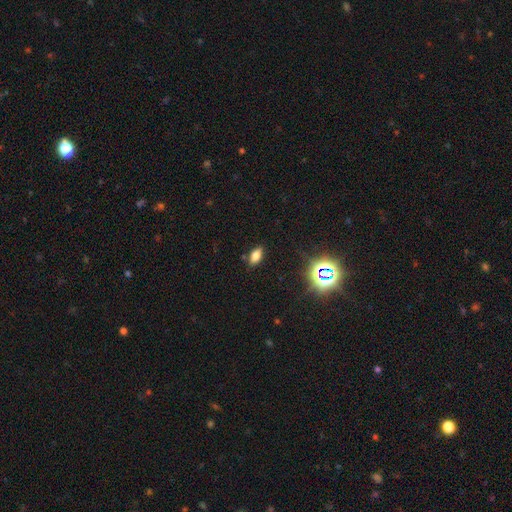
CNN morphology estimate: Smooth or featured: smooth — 71% (star or artifact — 17%)
How rounded: in between — 88% (cigar-shaped — 7%)
Merging: none — 84% (minor disturbance — 11%)